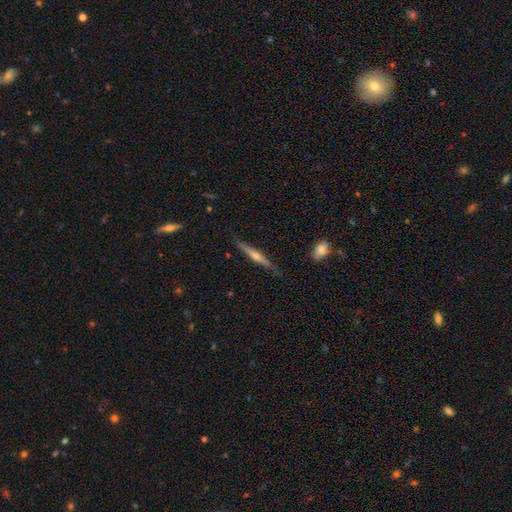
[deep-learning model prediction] Smooth or featured: featured or disk — 72% (smooth — 21%)
Edge-on disk: yes — 97% (no — 3%)
Edge-on bulge: rounded — 77% (none — 13%)
Merging: none — 84% (minor disturbance — 12%)